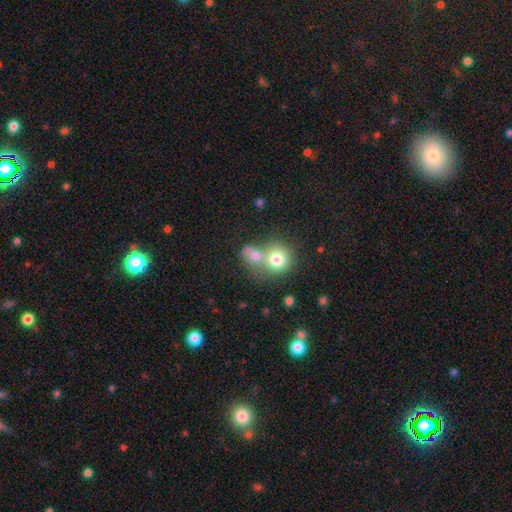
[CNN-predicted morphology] type=smooth (73%); roundness=round (70%); merging=merger (60%).